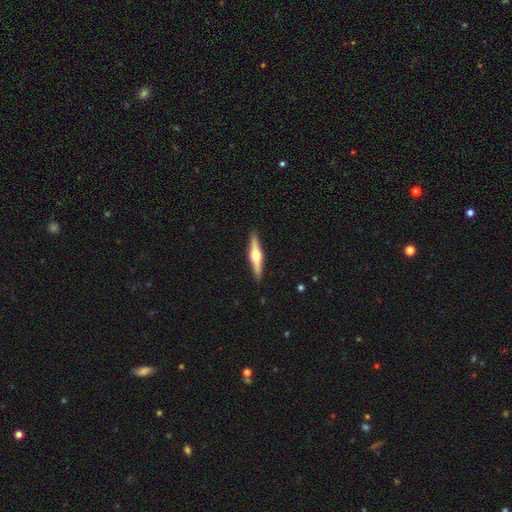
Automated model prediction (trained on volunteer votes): smooth_or_featured: featured or disk (p=0.73) [alt: smooth p=0.22]
disk_edge_on: yes (p=0.98) [alt: no p=0.02]
edge_on_bulge: rounded (p=0.95) [alt: boxy p=0.03]
merging: none (p=0.91) [alt: minor disturbance p=0.06]